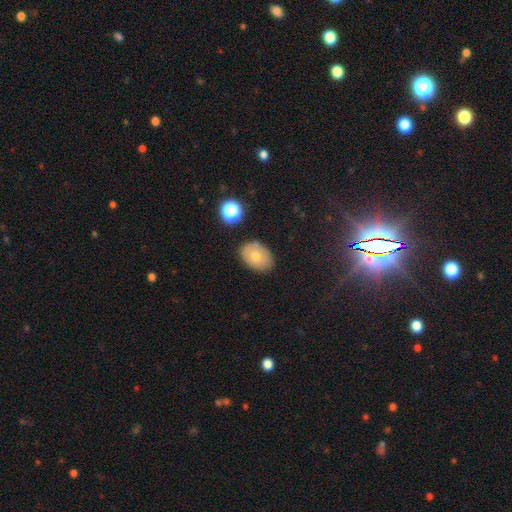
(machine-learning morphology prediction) smooth-or-featured: smooth: 73% | featured or disk: 18% | star or artifact: 9%
  how-rounded: in between: 76% | round: 23% | cigar-shaped: 1%
  merging: none: 80% | minor disturbance: 14% | major disturbance: 3% | merger: 3%